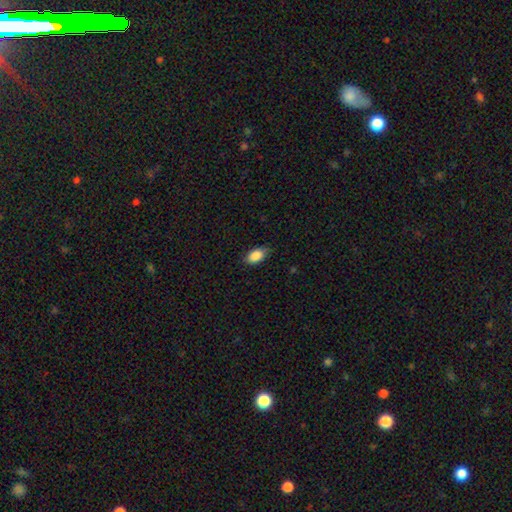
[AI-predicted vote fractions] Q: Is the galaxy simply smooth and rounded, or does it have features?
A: smooth — 88%.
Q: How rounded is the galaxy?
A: in between — 91%.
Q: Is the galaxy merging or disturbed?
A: none — 80%.